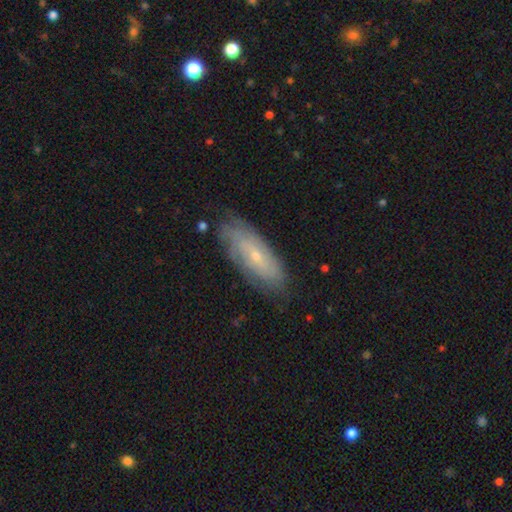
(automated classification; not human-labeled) A featured or disk galaxy (60%). Merging: none (75%).